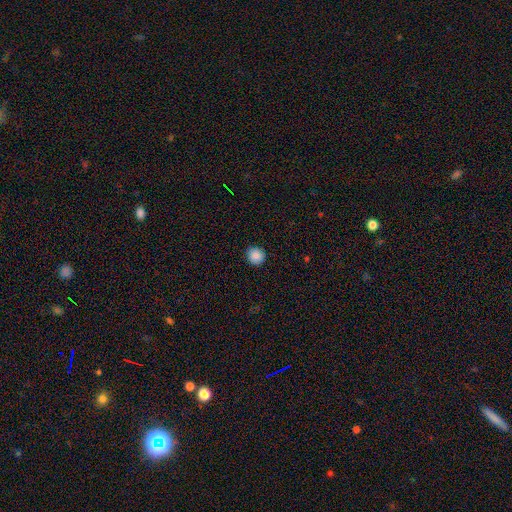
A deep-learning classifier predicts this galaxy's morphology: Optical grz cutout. It shows a smooth galaxy with no disk features (88%) that is round (91%). Merging: none (90%).